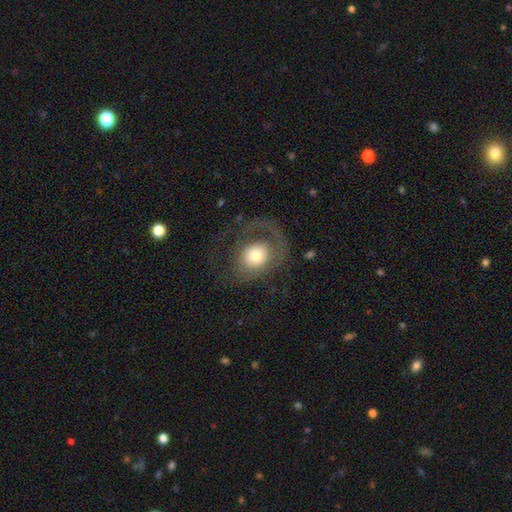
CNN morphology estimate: Q: Smooth or featured?
A: smooth (47%); runner-up: featured or disk (45%)
Q: Merging?
A: none (41%); tied with: major disturbance (41%)